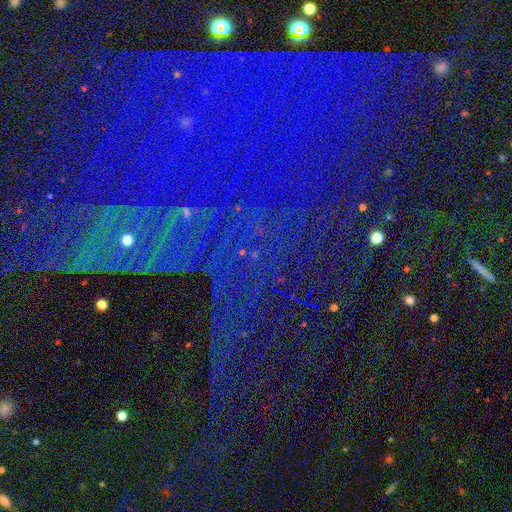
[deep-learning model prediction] Smooth or featured? Predicted: star or artifact (p=0.83).